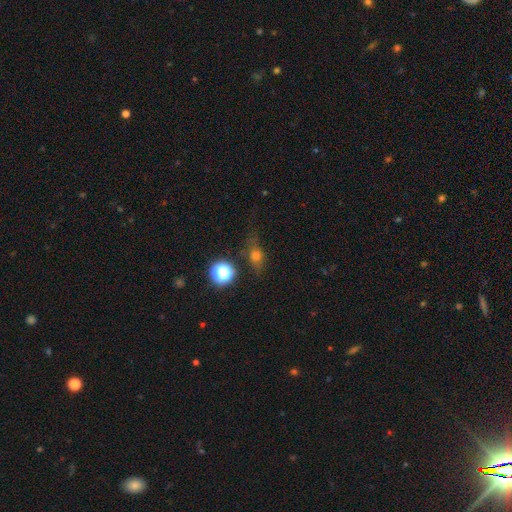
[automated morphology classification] Smooth or featured? smooth (54%)
How rounded? in between (44%)
Merging? none (69%)